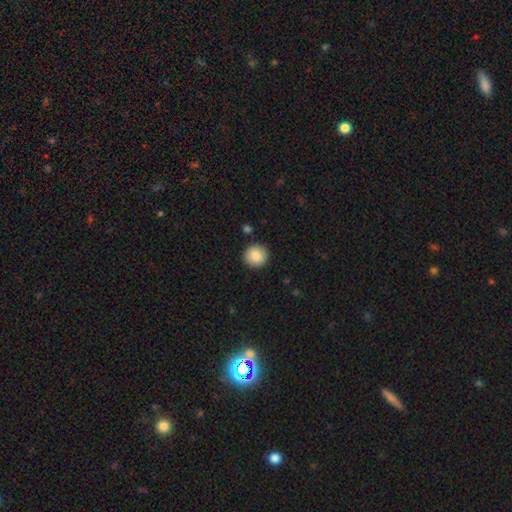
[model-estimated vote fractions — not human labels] Smooth or featured? Predicted: smooth (p=0.88). How rounded? Predicted: round (p=0.92). Merging? Predicted: none (p=0.91).